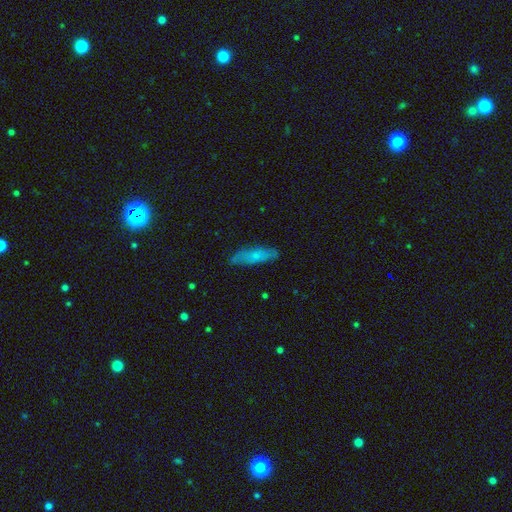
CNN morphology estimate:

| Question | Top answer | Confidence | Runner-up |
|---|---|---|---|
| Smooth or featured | smooth | 70% | featured or disk (24%) |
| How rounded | cigar-shaped | 61% | in between (37%) |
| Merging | none | 80% | minor disturbance (16%) |